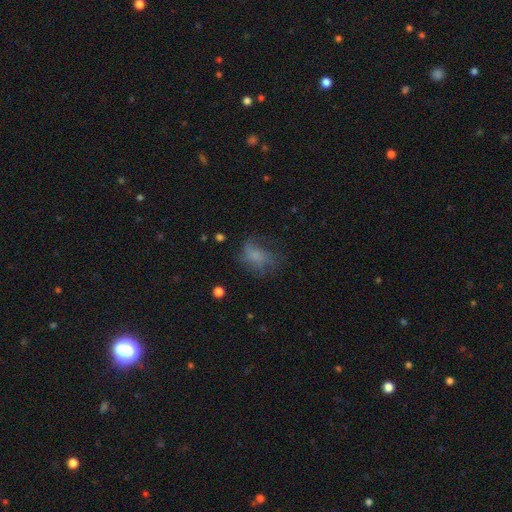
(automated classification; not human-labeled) The model was most divided on "merging": none: 42%, major disturbance: 32%, minor disturbance: 24%, merger: 2%. More confident: how rounded — in between (68%); smooth or featured — smooth (55%).